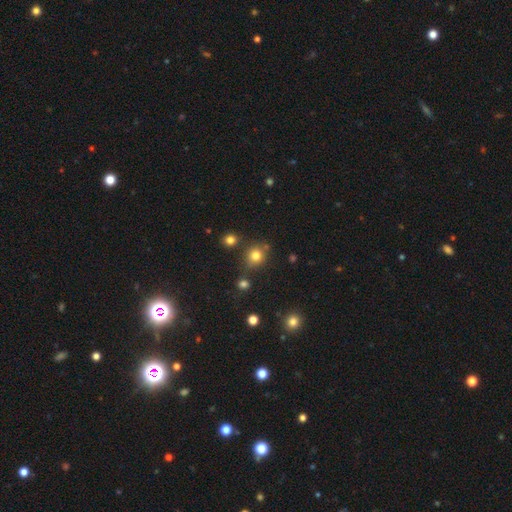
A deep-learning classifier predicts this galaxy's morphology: Overall: smooth (79%). How rounded: round (86%). Merging: none (75%).